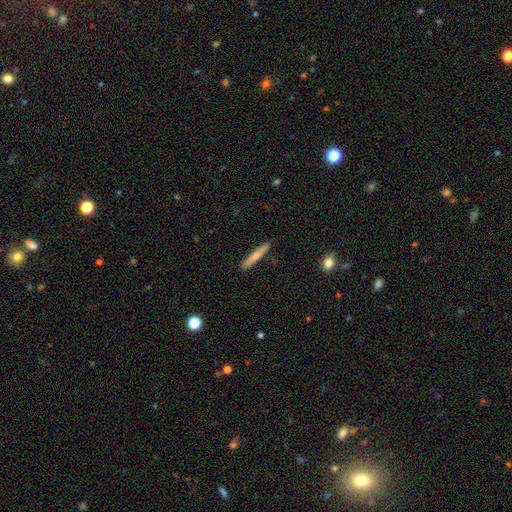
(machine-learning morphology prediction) smooth_or_featured: smooth (p=0.66) [alt: featured or disk p=0.28]
how_rounded: cigar-shaped (p=0.95) [alt: in between p=0.04]
merging: none (p=0.90) [alt: minor disturbance p=0.07]